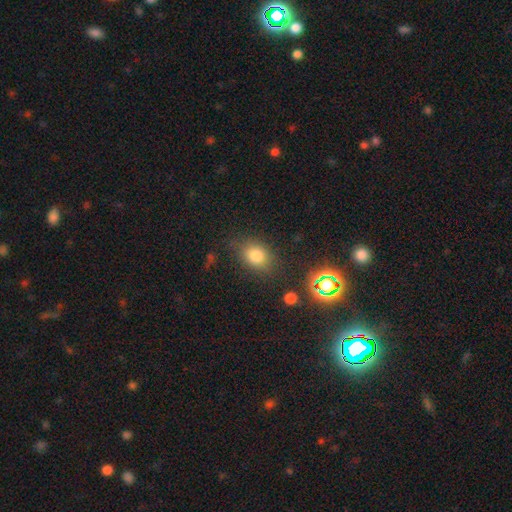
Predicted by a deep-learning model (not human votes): Smooth or featured: smooth — 78% (star or artifact — 13%)
How rounded: in between — 59% (round — 40%)
Merging: none — 76% (minor disturbance — 16%)